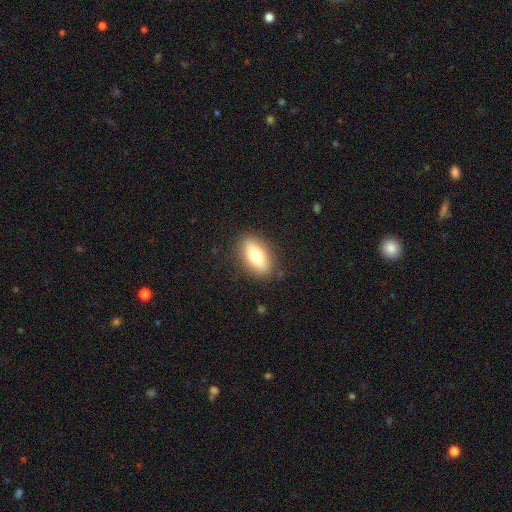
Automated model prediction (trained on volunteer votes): Overall: smooth (72%). How rounded: in between (82%). Merging: none (86%).